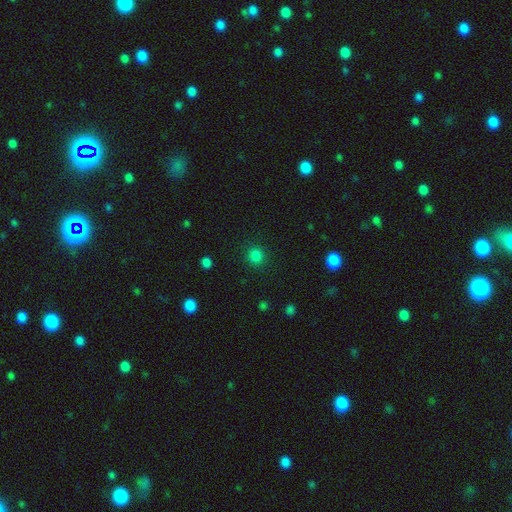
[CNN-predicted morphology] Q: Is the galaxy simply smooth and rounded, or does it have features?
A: smooth — 83%.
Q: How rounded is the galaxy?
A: round — 89%.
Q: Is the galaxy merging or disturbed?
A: none — 89%.